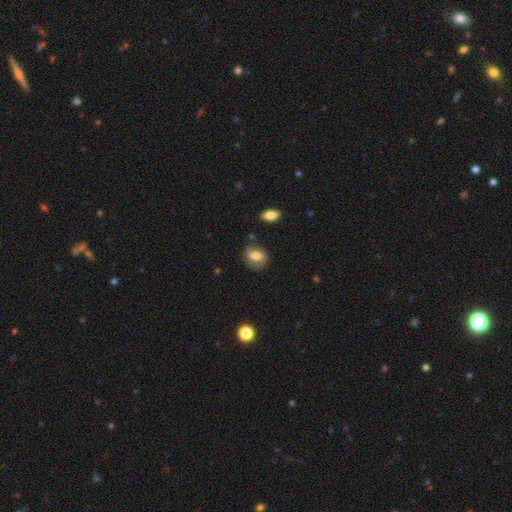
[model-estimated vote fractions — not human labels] This is likely a smooth galaxy (68%). How rounded: possibly in between (54%). Merging: likely none (71%).